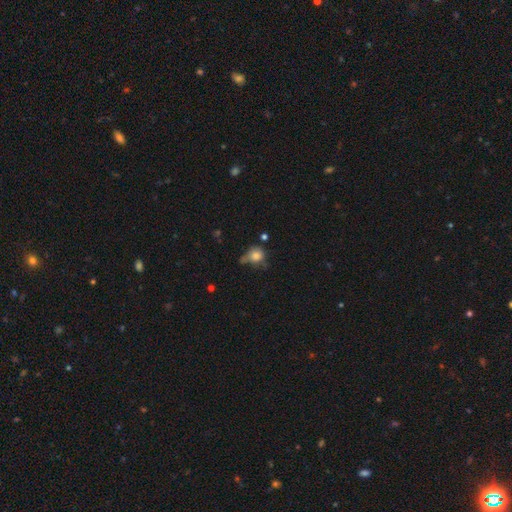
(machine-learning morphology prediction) This appears to be a smooth galaxy with no disk features (77%) that is round (78%). Merging: none (45%).